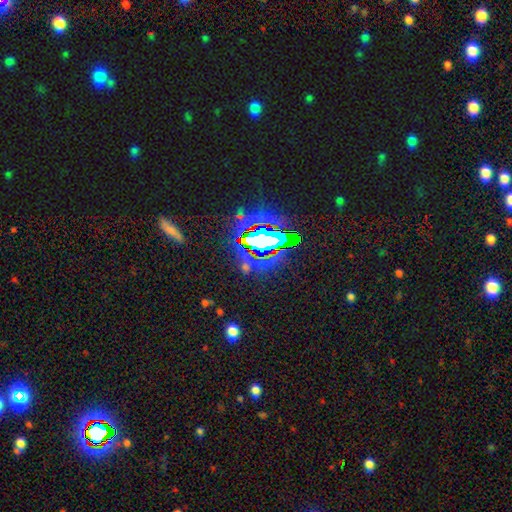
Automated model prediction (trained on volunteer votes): star or artifact 81%, smooth 10%, featured or disk 9%.